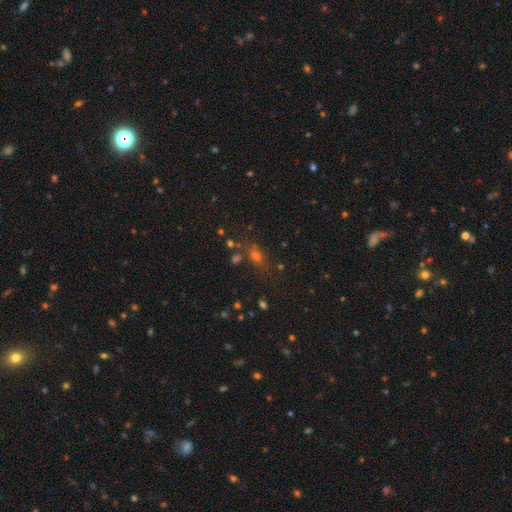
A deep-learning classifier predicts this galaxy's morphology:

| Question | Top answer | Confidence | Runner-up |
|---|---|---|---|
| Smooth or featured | smooth | 51% | star or artifact (37%) |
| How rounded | in between | 57% | round (33%) |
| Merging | none | 68% | minor disturbance (14%) |